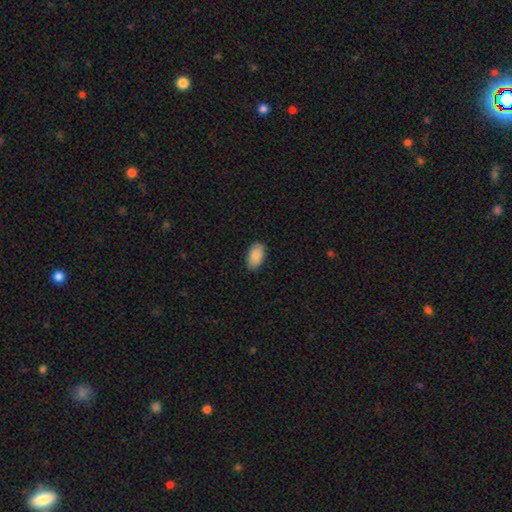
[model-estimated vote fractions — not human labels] Smooth or featured: smooth — 90% (star or artifact — 6%)
How rounded: in between — 95% (round — 3%)
Merging: none — 88% (minor disturbance — 9%)